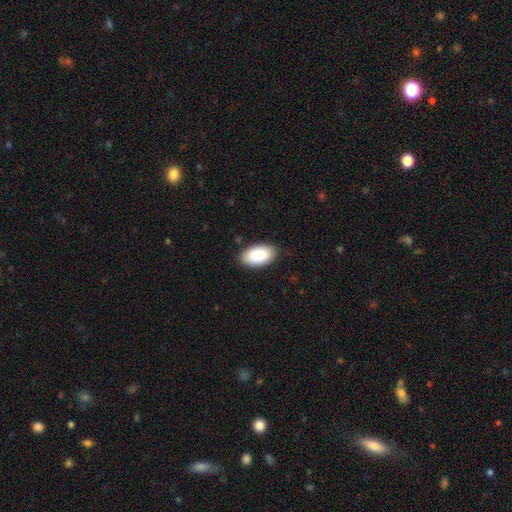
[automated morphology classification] A smooth galaxy with no disk features (87%) that is in between round and cigar-shaped (96%).

Vote fractions:
- Smooth or featured? smooth: 87% / featured or disk: 7% / star or artifact: 6%
- How rounded? in between: 96% / round: 3% / cigar-shaped: 2%
- Merging? none: 87% / minor disturbance: 10% / major disturbance: 2% / merger: 1%